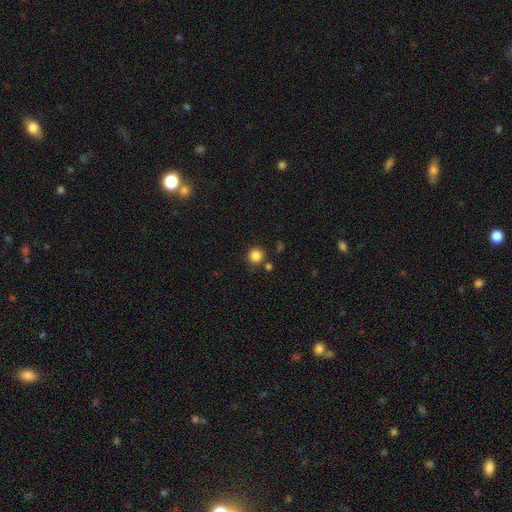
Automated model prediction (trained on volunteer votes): Q: Smooth or featured?
A: smooth (85%); runner-up: star or artifact (11%)
Q: How rounded?
A: round (93%); runner-up: in between (6%)
Q: Merging?
A: none (81%); runner-up: minor disturbance (9%)